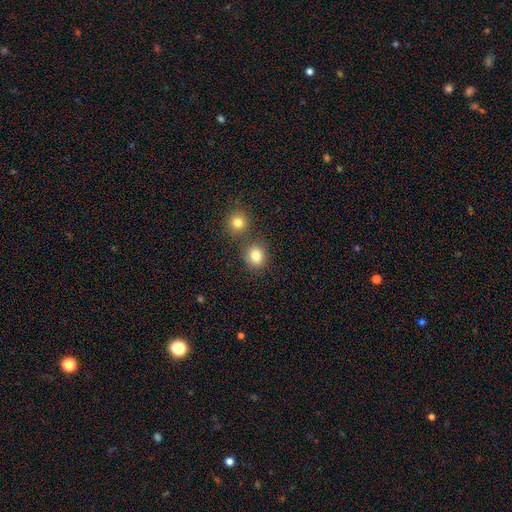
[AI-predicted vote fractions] Smooth or featured? smooth (82%)
How rounded? round (77%)
Merging? none (73%)